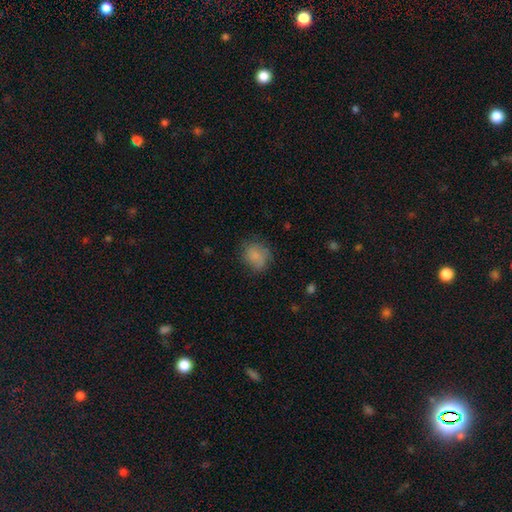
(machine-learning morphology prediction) smooth_or_featured: smooth (p=0.79) [alt: featured or disk p=0.11]
how_rounded: round (p=0.62) [alt: in between p=0.37]
merging: none (p=0.66) [alt: minor disturbance p=0.23]